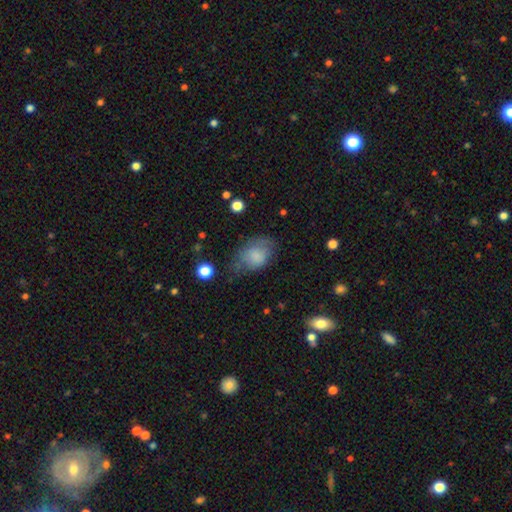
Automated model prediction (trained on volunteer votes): The model was most divided on "merging": none: 46%, minor disturbance: 33%, major disturbance: 19%, merger: 3%. More confident: smooth or featured — smooth (76%); how rounded — in between (73%).